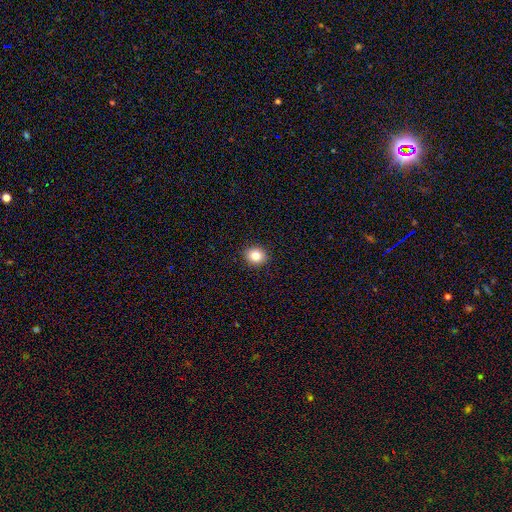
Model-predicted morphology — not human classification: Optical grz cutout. It shows a smooth galaxy with no disk features (83%) that is round (69%). Merging: none (92%).